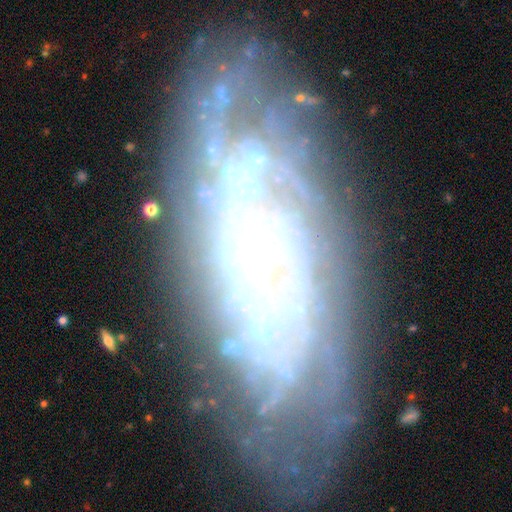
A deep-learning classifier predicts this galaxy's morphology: smooth-or-featured: featured or disk: 75% | smooth: 14% | star or artifact: 11%
  disk-edge-on: no: 85% | yes: 15%
    bar: no: 75% | weak: 18% | strong: 7%
    has-spiral-arms: yes: 71% | no: 29%
    bulge-size: none: 41% | small: 37% | moderate: 15% | large: 5% | dominant: 2%
  merging: none: 69% | minor disturbance: 19% | major disturbance: 9% | merger: 3%